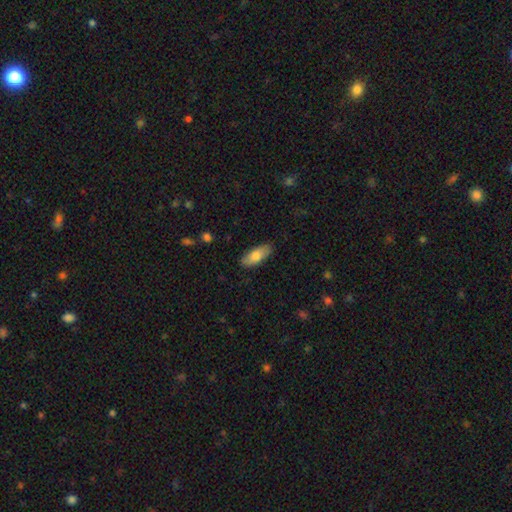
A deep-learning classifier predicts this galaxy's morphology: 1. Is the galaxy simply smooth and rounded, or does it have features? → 77% smooth, 17% featured or disk, 6% star or artifact.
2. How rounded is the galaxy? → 79% in between, 19% cigar-shaped, 2% round.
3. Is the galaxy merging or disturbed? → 87% none, 10% minor disturbance, 2% major disturbance, 1% merger.